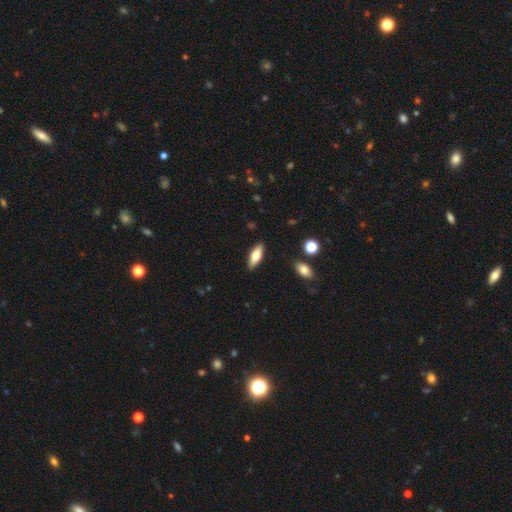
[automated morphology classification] smooth-or-featured: smooth: 63% | featured or disk: 31% | star or artifact: 6%
  how-rounded: in between: 63% | cigar-shaped: 35% | round: 2%
  merging: none: 87% | minor disturbance: 9% | major disturbance: 2% | merger: 2%